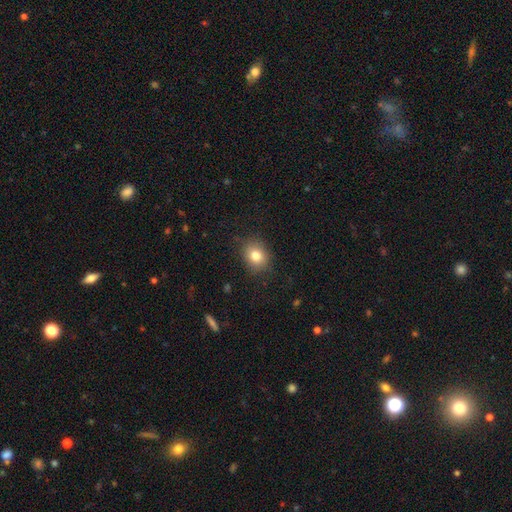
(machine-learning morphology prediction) Smooth or featured? Predicted: smooth (p=0.80). How rounded? Predicted: round (p=0.66). Merging? Predicted: none (p=0.85).